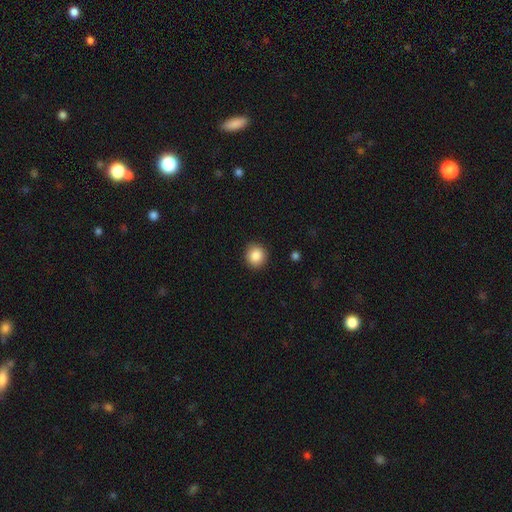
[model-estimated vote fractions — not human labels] This appears to be a smooth galaxy with no disk features (87%) that is round (88%). Merging: none (91%).